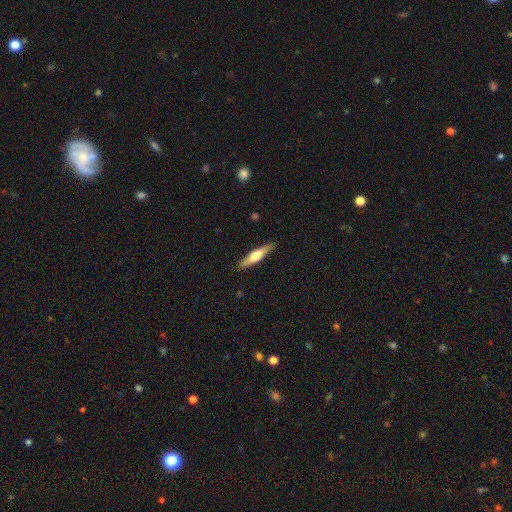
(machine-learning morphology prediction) Smooth or featured? Predicted: featured or disk (p=0.52). Edge-on disk? Predicted: yes (p=0.95). Merging? Predicted: none (p=0.89).